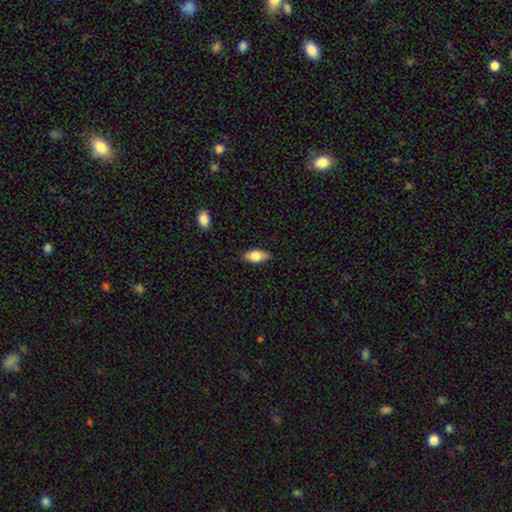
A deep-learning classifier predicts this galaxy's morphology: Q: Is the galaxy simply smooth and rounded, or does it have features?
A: smooth — 74%.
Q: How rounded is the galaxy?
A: in between — 87%.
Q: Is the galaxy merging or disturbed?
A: none — 86%.